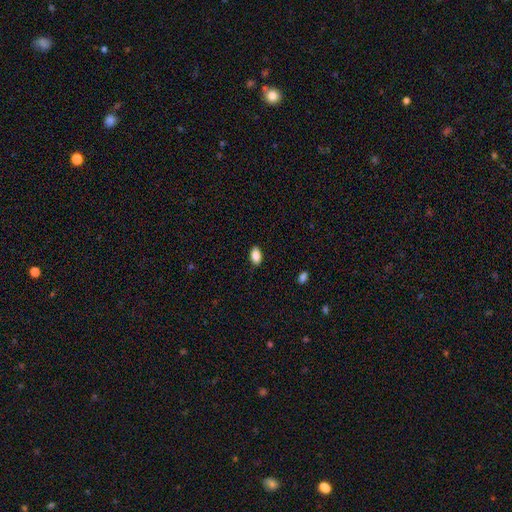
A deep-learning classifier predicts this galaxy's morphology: This appears to be a smooth galaxy with no disk features (87%) that is in between round and cigar-shaped (90%). Merging: none (86%).